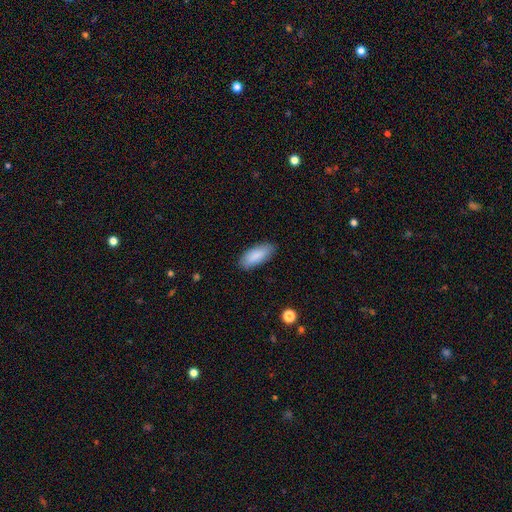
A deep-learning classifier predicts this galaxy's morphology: Smooth or featured?
  - smooth: 88% *
  - featured or disk: 7%
  - star or artifact: 6%
How rounded?
  - in between: 83% *
  - cigar-shaped: 15%
  - round: 2%
Merging?
  - none: 86% *
  - minor disturbance: 11%
  - major disturbance: 2%
  - merger: 1%